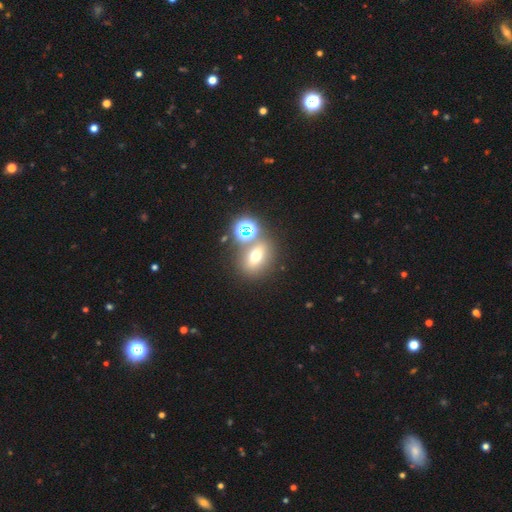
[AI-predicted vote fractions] This appears to be a smooth galaxy with no disk features (55%) that is in between round and cigar-shaped (49%). Merging: none (65%).